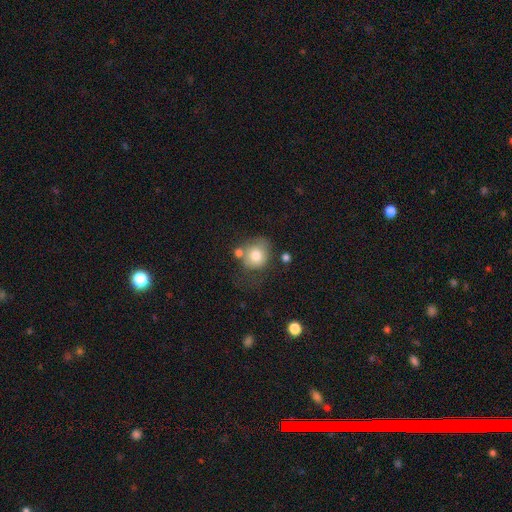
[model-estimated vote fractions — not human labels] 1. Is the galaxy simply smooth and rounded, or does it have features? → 76% smooth, 15% featured or disk, 9% star or artifact.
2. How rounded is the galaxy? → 75% round, 24% in between, 1% cigar-shaped.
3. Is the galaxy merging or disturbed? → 46% none, 23% minor disturbance, 17% merger, 14% major disturbance.